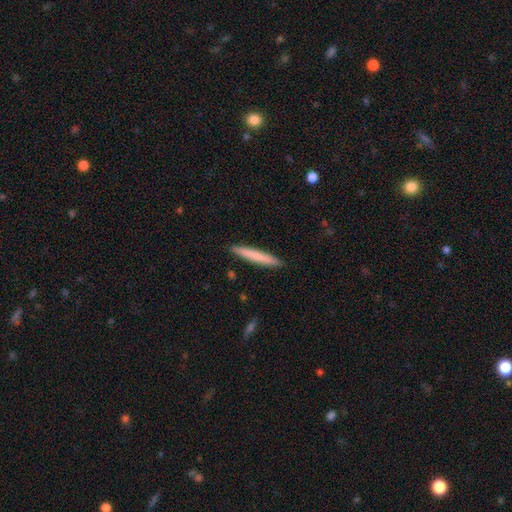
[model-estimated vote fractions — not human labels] Smooth or featured? smooth (73%)
How rounded? cigar-shaped (96%)
Merging? none (91%)